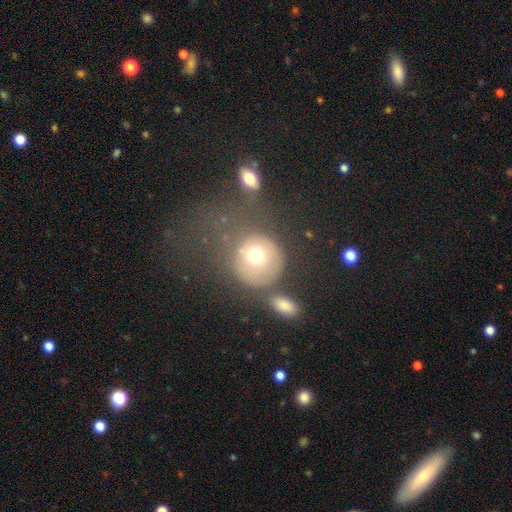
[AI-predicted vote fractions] A smooth galaxy with no disk features (67%) that is round (85%). Merging: none (49%).